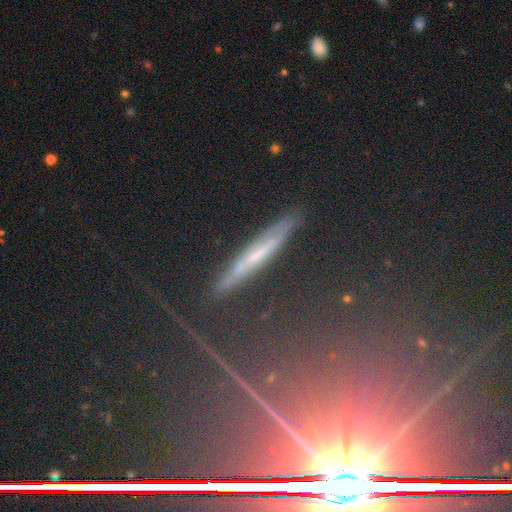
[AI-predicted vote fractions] The model was most divided on "smooth or featured": featured or disk: 48%, smooth: 30%, star or artifact: 22%. More confident: merging — none (81%).